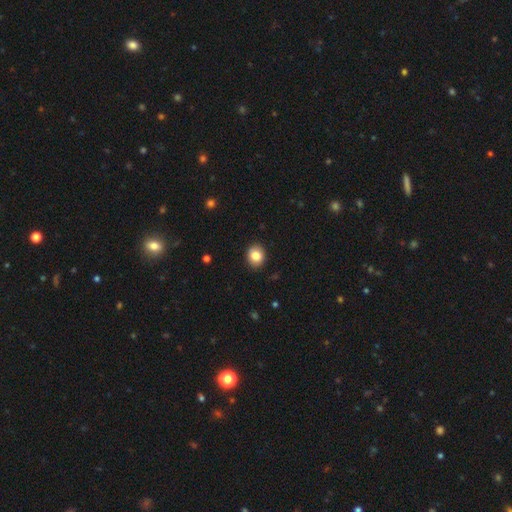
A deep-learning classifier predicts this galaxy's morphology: type=smooth (85%); roundness=round (62%); merging=none (89%).